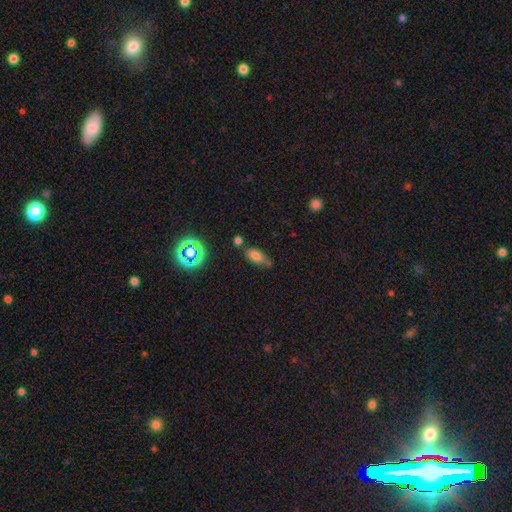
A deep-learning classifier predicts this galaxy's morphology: Smooth or featured? Predicted: smooth (p=0.71). How rounded? Predicted: in between (p=0.81). Merging? Predicted: none (p=0.53).